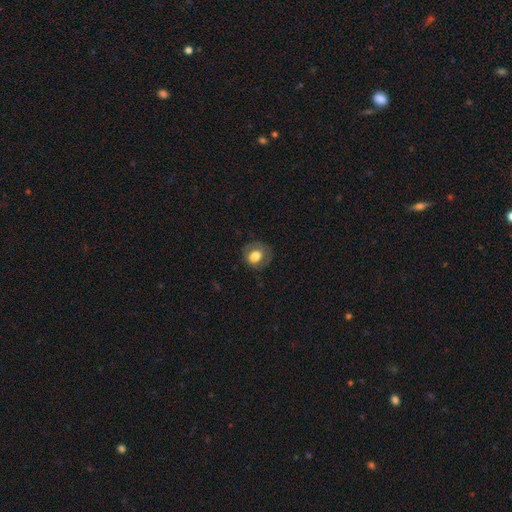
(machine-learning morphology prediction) Smooth or featured: smooth — 69% (featured or disk — 23%)
How rounded: round — 67% (in between — 32%)
Merging: none — 71% (minor disturbance — 19%)